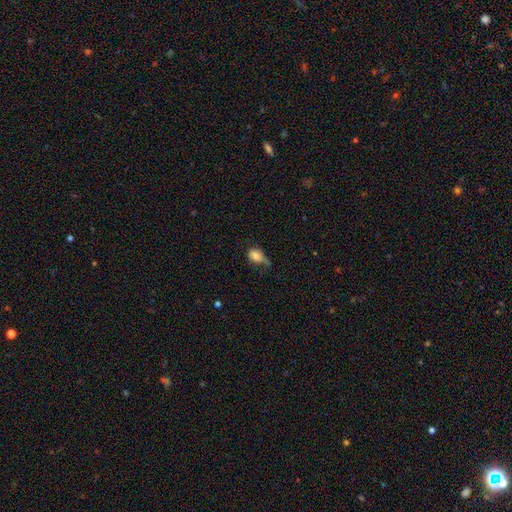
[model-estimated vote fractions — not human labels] smooth-or-featured: smooth: 73% | featured or disk: 18% | star or artifact: 9%
  how-rounded: in between: 72% | round: 26% | cigar-shaped: 2%
  merging: minor disturbance: 35% | none: 32% | major disturbance: 28% | merger: 6%